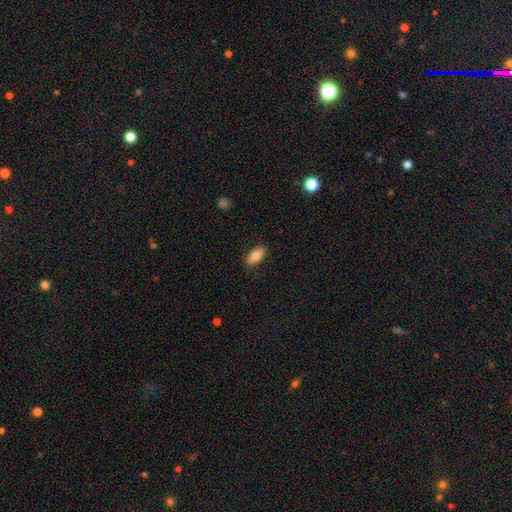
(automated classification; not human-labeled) Smooth or featured: smooth — 78% (featured or disk — 15%)
How rounded: in between — 89% (cigar-shaped — 8%)
Merging: none — 87% (minor disturbance — 10%)